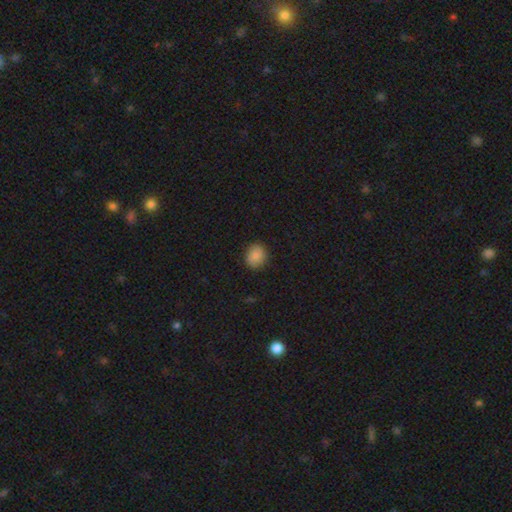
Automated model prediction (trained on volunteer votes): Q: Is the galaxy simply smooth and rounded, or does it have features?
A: smooth — 87%.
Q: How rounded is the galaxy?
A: round — 70%.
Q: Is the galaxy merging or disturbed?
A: none — 88%.